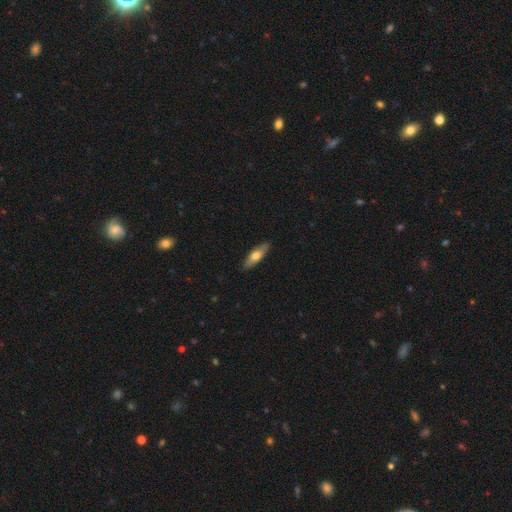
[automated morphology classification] Overall: smooth (61%; featured or disk 33%). How rounded: cigar-shaped (51%; in between 46%). Merging: none (89%).